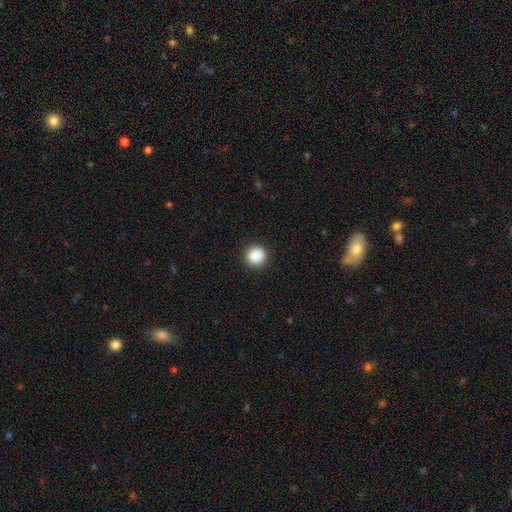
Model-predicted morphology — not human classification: A smooth galaxy with no disk features (89%) that is round (95%). Merging: none (92%).